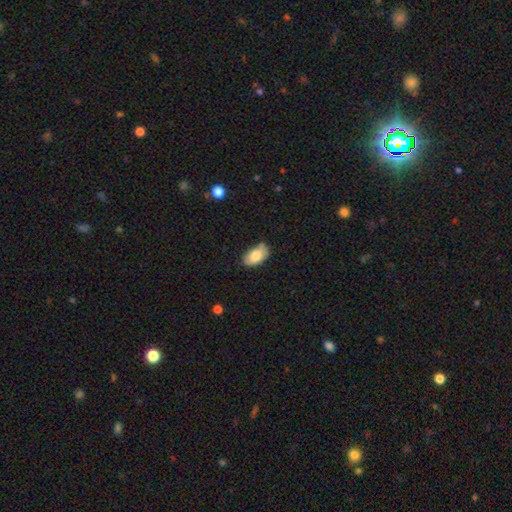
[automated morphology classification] type=smooth (81%); roundness=in between (94%); merging=none (64%).